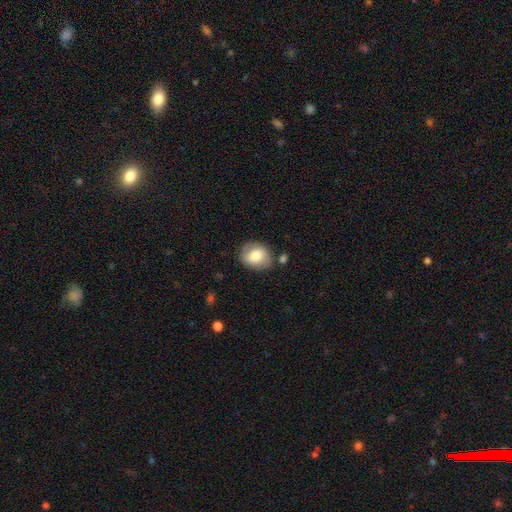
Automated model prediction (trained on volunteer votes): smooth-or-featured: smooth: 73% | featured or disk: 19% | star or artifact: 7%
  how-rounded: in between: 51% | round: 48% | cigar-shaped: 1%
  merging: none: 72% | minor disturbance: 19% | major disturbance: 5% | merger: 4%